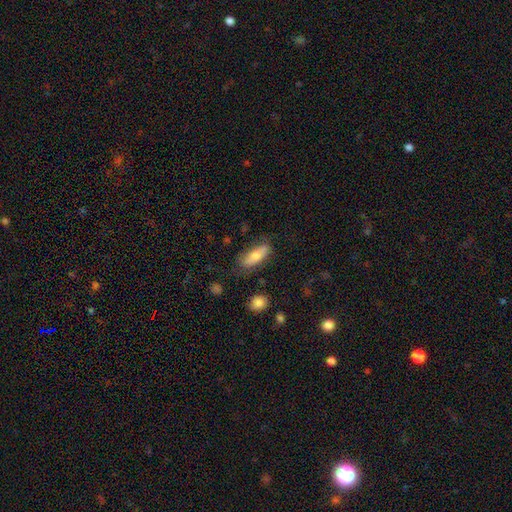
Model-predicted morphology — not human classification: Smooth or featured?
  - smooth: 68% *
  - featured or disk: 25%
  - star or artifact: 8%
How rounded?
  - in between: 66% *
  - cigar-shaped: 32%
  - round: 3%
Merging?
  - none: 73% *
  - minor disturbance: 19%
  - major disturbance: 5%
  - merger: 2%